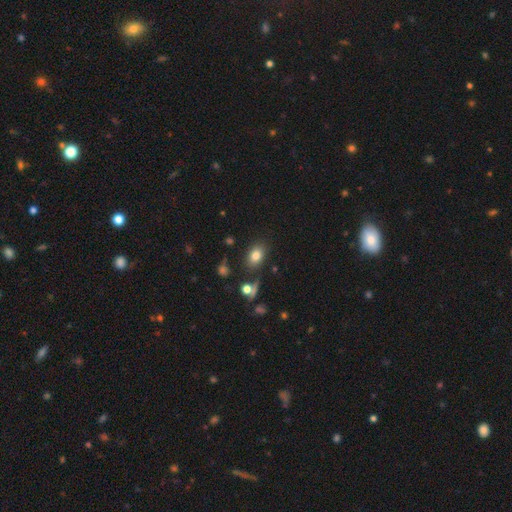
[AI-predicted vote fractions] A smooth galaxy with no disk features (78%) that is in between round and cigar-shaped (79%).

Vote fractions:
- Smooth or featured? smooth: 78% / star or artifact: 12% / featured or disk: 10%
- How rounded? in between: 79% / round: 20% / cigar-shaped: 2%
- Merging? none: 76% / minor disturbance: 13% / merger: 6% / major disturbance: 4%